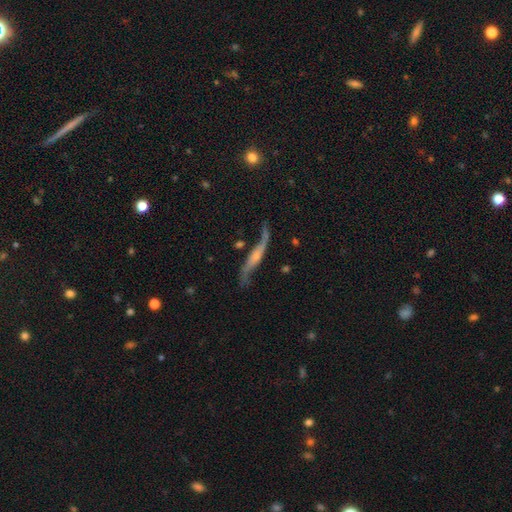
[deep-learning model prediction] A featured or disk galaxy (79%). Merging: none (59%).